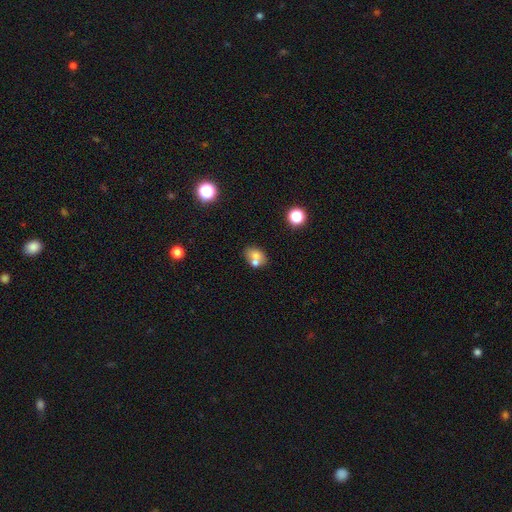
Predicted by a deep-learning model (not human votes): smooth 67%, featured or disk 20%, star or artifact 12%. Down the decision tree: how rounded — in between (61%); merging — none (46%).